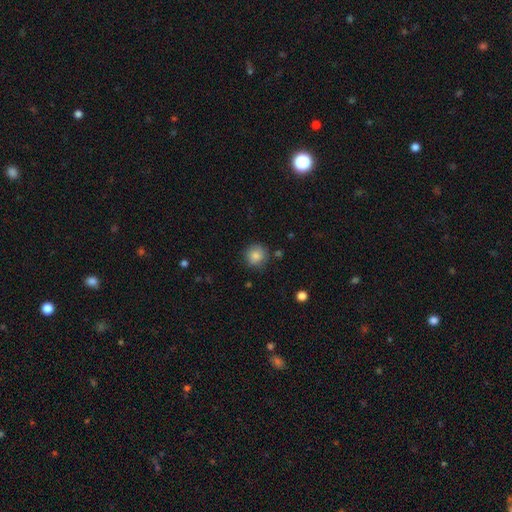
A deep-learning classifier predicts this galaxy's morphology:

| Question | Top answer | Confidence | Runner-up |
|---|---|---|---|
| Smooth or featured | smooth | 85% | star or artifact (9%) |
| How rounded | round | 92% | in between (7%) |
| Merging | none | 84% | minor disturbance (11%) |